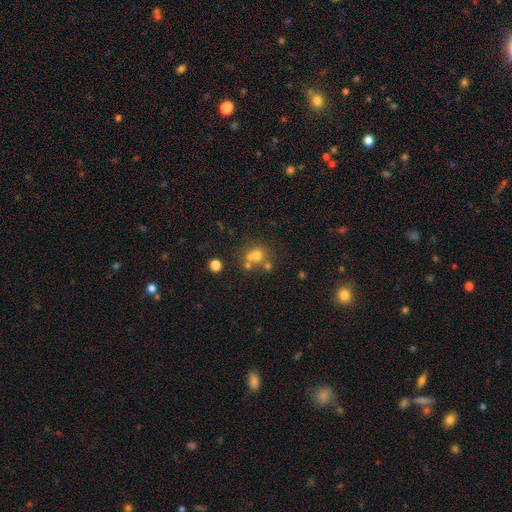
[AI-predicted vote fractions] smooth 63%, star or artifact 19%, featured or disk 18%. Down the decision tree: how rounded — round (81%); merging — none (47%).